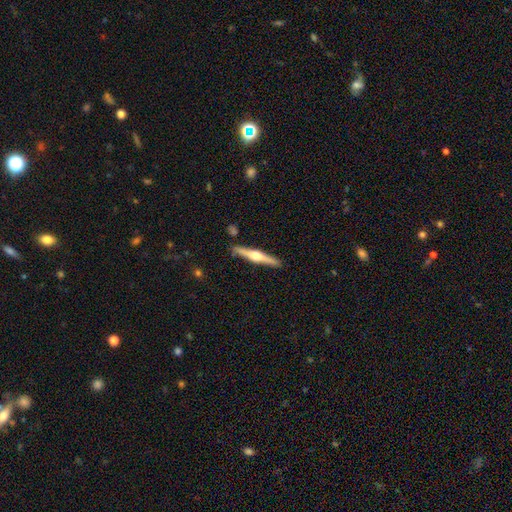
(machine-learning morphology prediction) This is likely a featured or disk galaxy (71%). It is clearly viewed edge-on (98%). Edge-on bulge: clearly rounded (94%). Merging: clearly none (89%).